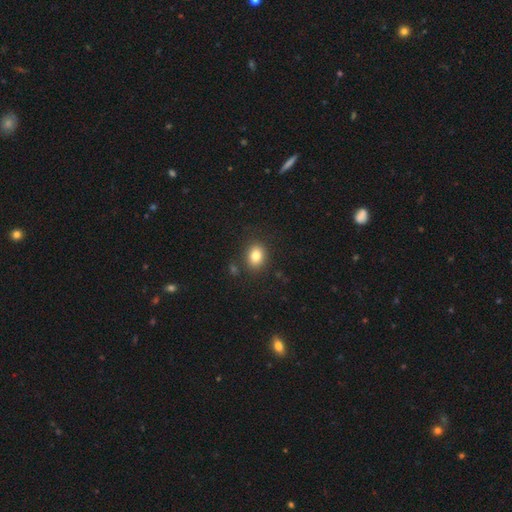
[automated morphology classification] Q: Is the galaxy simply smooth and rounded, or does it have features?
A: smooth — 82%.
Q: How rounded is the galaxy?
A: in between — 56%.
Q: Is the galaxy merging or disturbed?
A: none — 84%.